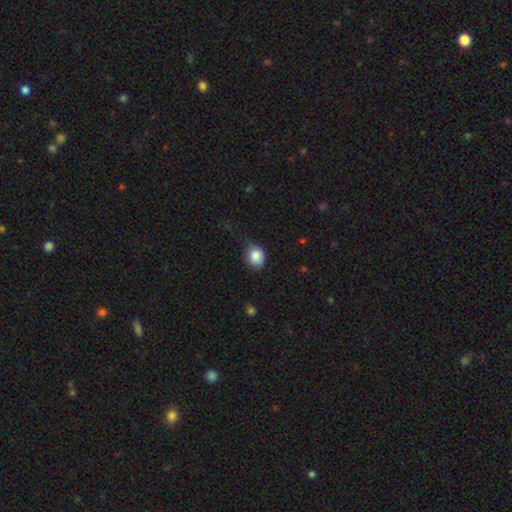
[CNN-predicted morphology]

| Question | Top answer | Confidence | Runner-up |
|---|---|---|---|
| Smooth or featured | smooth | 84% | star or artifact (9%) |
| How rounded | round | 69% | in between (30%) |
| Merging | none | 57% | minor disturbance (34%) |